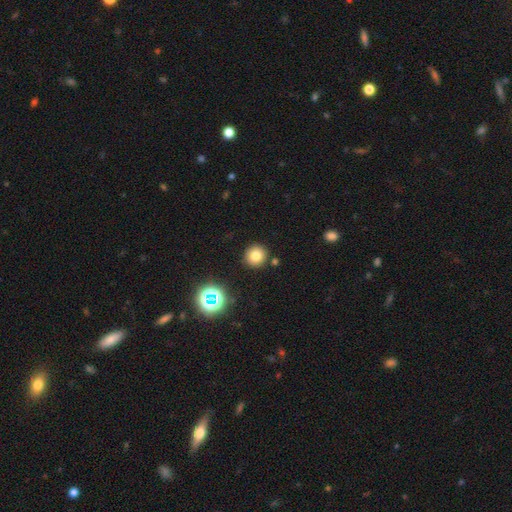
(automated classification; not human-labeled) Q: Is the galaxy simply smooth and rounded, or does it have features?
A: smooth — 76%.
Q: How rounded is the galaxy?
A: round — 93%.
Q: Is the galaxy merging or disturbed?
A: none — 87%.